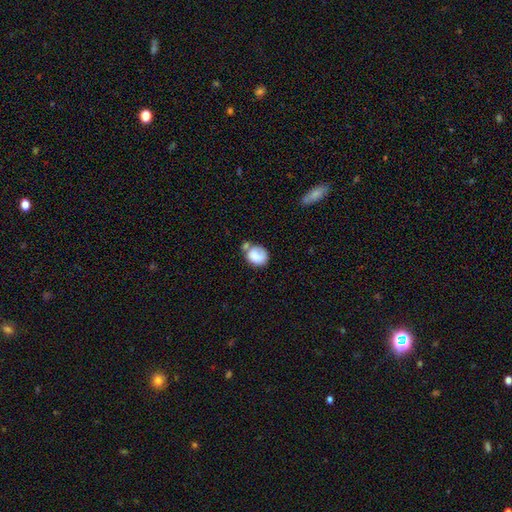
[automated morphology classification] This is likely a smooth galaxy (75%). How rounded: possibly round (51%). Merging: marginally none (35%).